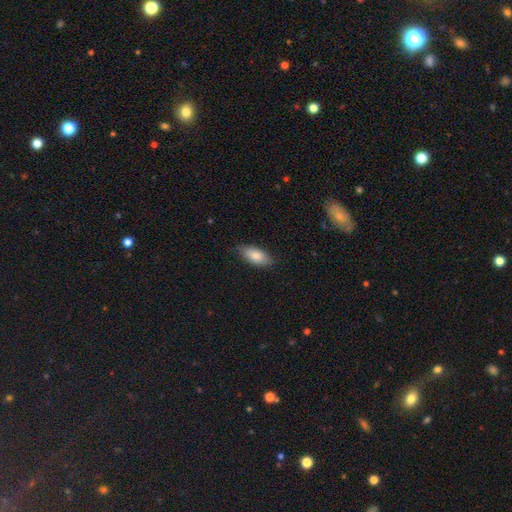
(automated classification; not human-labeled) Q: Smooth or featured?
A: smooth (82%); runner-up: featured or disk (12%)
Q: How rounded?
A: in between (88%); runner-up: cigar-shaped (9%)
Q: Merging?
A: none (80%); runner-up: minor disturbance (17%)